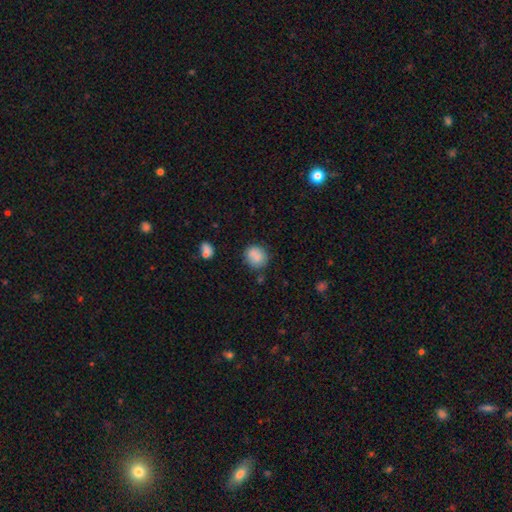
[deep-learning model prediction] A smooth galaxy with no disk features (84%) that is round (79%).

Vote fractions:
- Smooth or featured? smooth: 84% / star or artifact: 9% / featured or disk: 8%
- How rounded? round: 79% / in between: 20% / cigar-shaped: 1%
- Merging? none: 73% / minor disturbance: 16% / merger: 7% / major disturbance: 4%